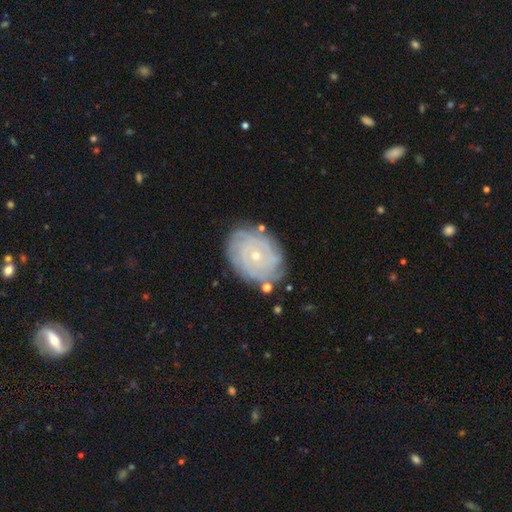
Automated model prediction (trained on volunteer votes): Overall: featured or disk (75%). Edge-on disk: no (96%). Bar: no (84%). Spiral arms: yes (87%). Spiral arm count: can't tell (49%; 4 14%). Spiral winding: tight (82%). Bulge size: small (76%). Merging: none (77%).